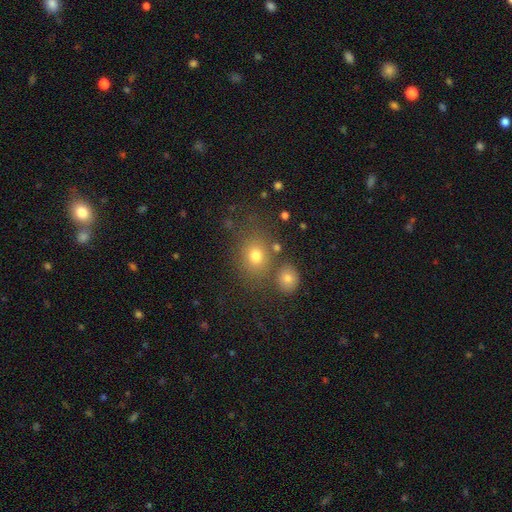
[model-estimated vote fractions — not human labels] smooth 73%, star or artifact 15%, featured or disk 11%. Down the decision tree: how rounded — round (56%); merging — none (69%).